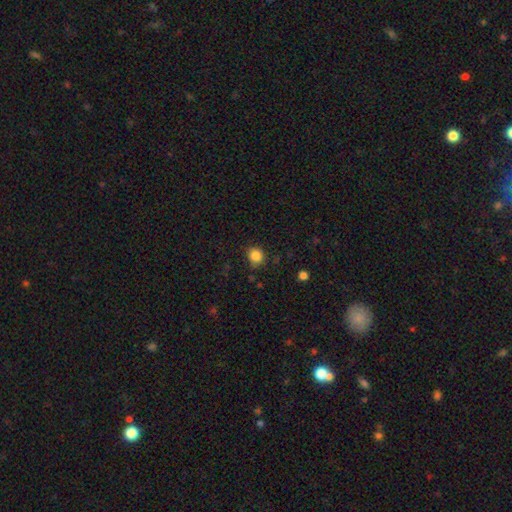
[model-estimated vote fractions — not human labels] Smooth or featured? smooth (85%)
How rounded? round (81%)
Merging? none (82%)